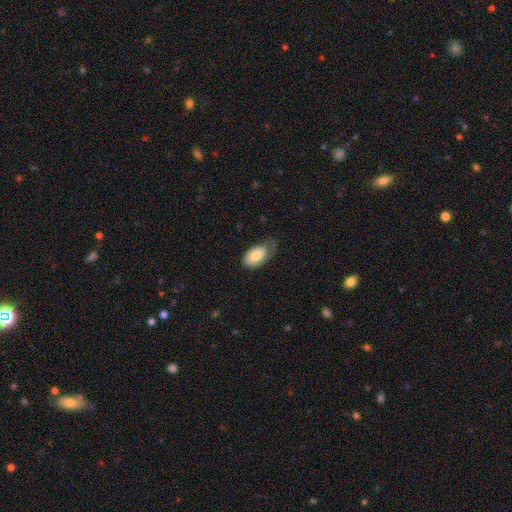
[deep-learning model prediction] Morphology: type=smooth (72%); roundness=in between (94%); merging=none (38%).